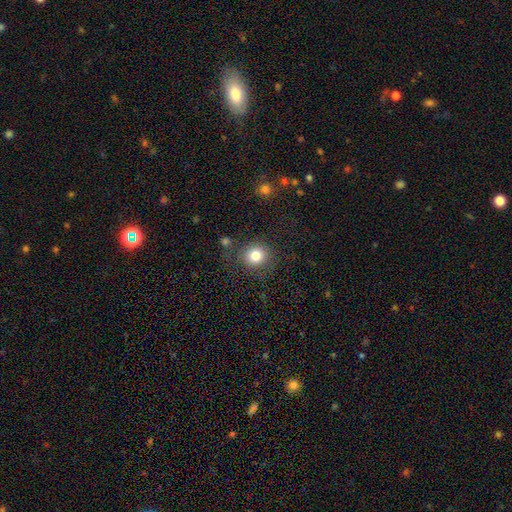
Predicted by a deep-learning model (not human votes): Smooth or featured: smooth — 82% (star or artifact — 11%)
How rounded: round — 88% (in between — 11%)
Merging: none — 82% (minor disturbance — 10%)